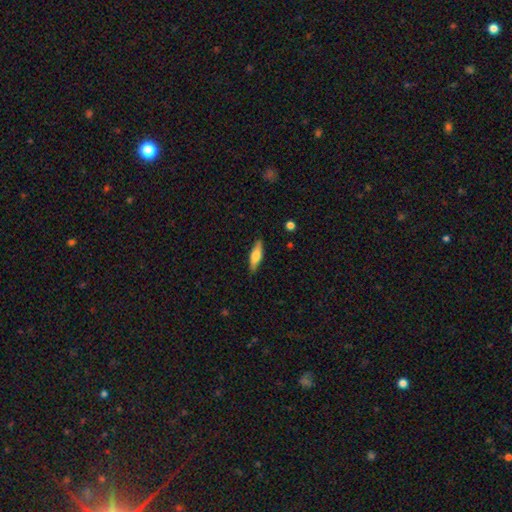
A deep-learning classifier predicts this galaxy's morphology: Overall: smooth (54%; featured or disk 40%). How rounded: cigar-shaped (62%; in between 36%). Merging: none (87%).